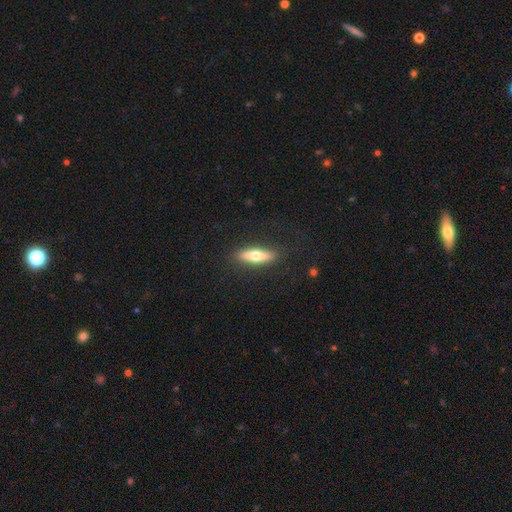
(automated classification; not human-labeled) Smooth or featured? smooth (58%)
How rounded? cigar-shaped (65%)
Merging? none (87%)